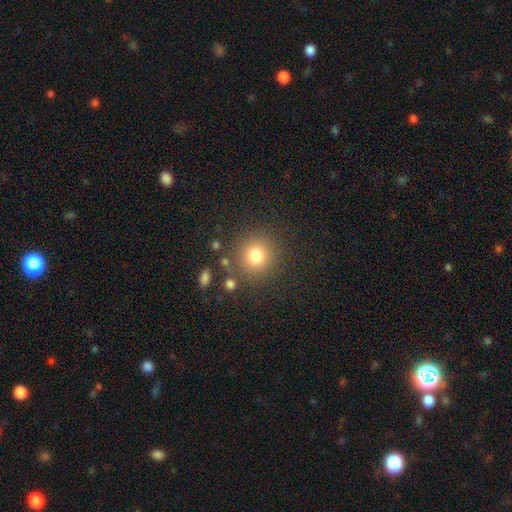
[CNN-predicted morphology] The model was most divided on "smooth or featured": smooth: 79%, star or artifact: 13%, featured or disk: 8%. More confident: how rounded — round (91%); merging — none (84%).